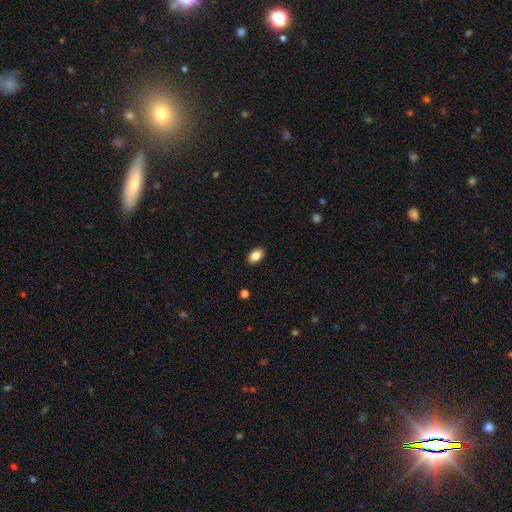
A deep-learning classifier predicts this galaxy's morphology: type=smooth (86%); roundness=in between (91%); merging=none (89%).